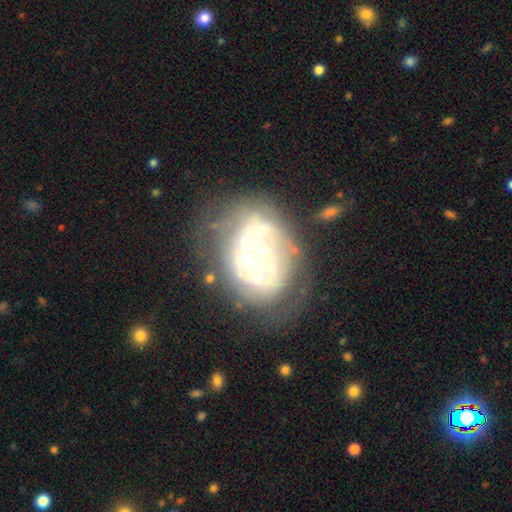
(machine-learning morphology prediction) featured or disk 82%, smooth 12%, star or artifact 6%. Down the decision tree: edge-on disk — no (97%); bar — no (78%); spiral arms — yes (84%); spiral arm count — can't tell (42%); spiral winding — tight (66%); bulge size — moderate (60%); merging — none (61%).